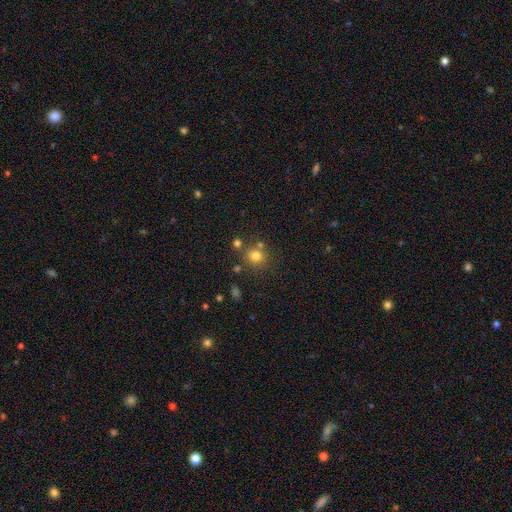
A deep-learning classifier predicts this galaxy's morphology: type=smooth (76%); roundness=round (87%); merging=none (71%).